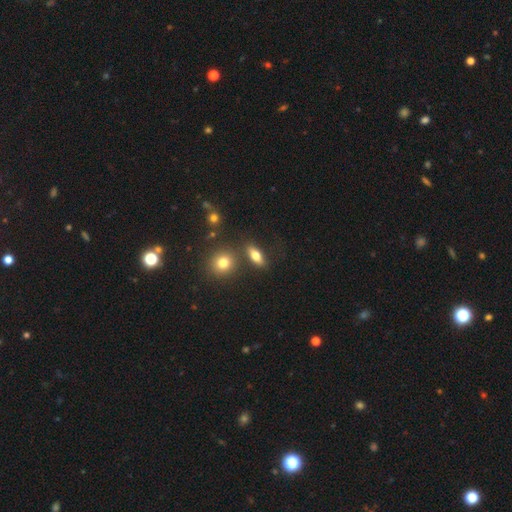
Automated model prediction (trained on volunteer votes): Smooth or featured: smooth — 71% (featured or disk — 19%)
How rounded: in between — 67% (cigar-shaped — 21%)
Merging: none — 77% (minor disturbance — 11%)